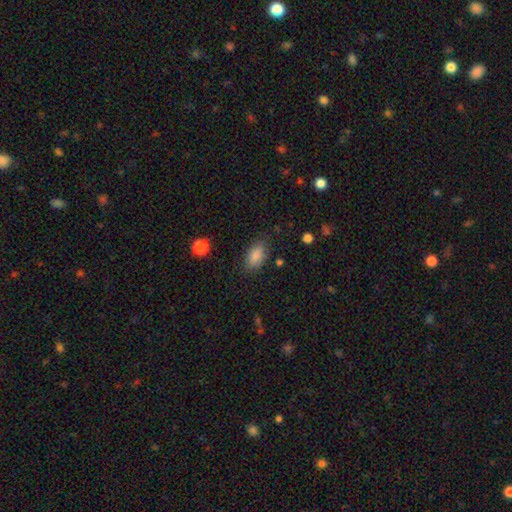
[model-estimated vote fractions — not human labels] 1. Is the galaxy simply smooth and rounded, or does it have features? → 86% smooth, 8% star or artifact, 6% featured or disk.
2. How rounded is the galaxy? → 90% in between, 6% round, 4% cigar-shaped.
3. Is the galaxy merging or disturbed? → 80% none, 14% minor disturbance, 4% major disturbance, 2% merger.